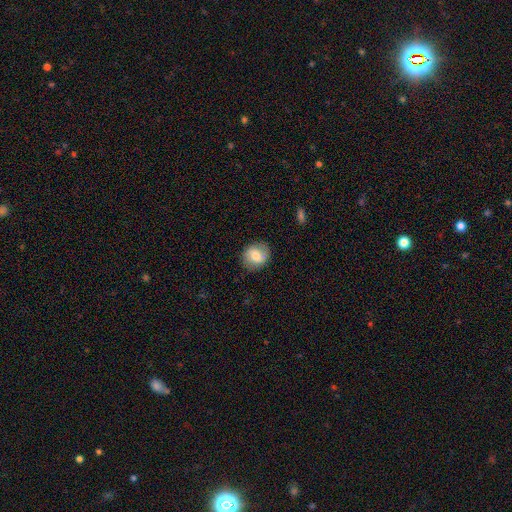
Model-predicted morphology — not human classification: Smooth or featured?
  - smooth: 61% *
  - featured or disk: 31%
  - star or artifact: 8%
How rounded?
  - round: 77% *
  - in between: 22%
  - cigar-shaped: 1%
Merging?
  - none: 82% *
  - minor disturbance: 14%
  - major disturbance: 4%
  - merger: 1%